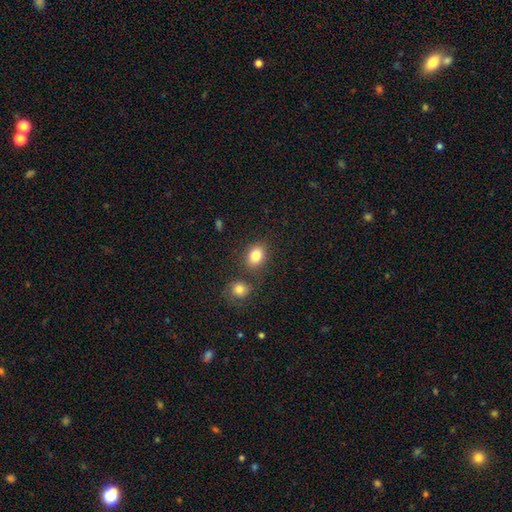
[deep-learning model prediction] A smooth galaxy with no disk features (83%) that is in between round and cigar-shaped (65%).

Vote fractions:
- Smooth or featured? smooth: 83% / star or artifact: 9% / featured or disk: 8%
- How rounded? in between: 65% / round: 34% / cigar-shaped: 1%
- Merging? none: 73% / merger: 13% / minor disturbance: 11% / major disturbance: 3%